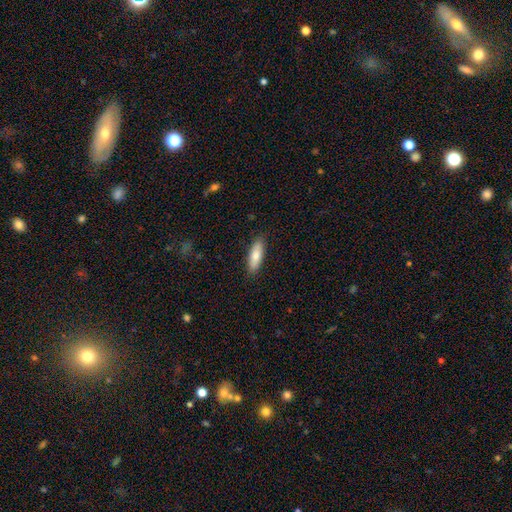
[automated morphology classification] This appears to be a smooth galaxy with no disk features (80%) that is in between round and cigar-shaped (58%). Merging: none (87%).